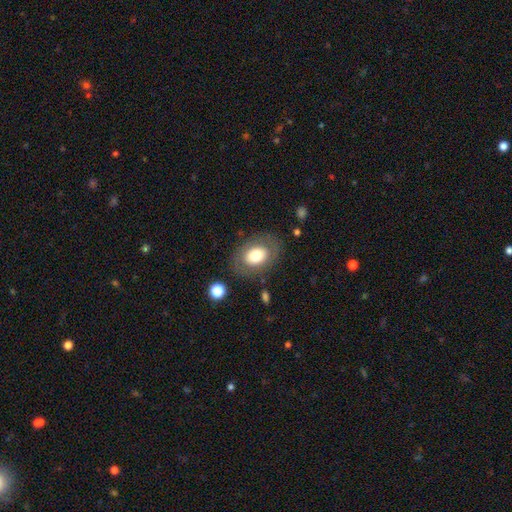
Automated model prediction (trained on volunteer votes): smooth_or_featured: smooth (p=0.70) [alt: featured or disk p=0.23]
how_rounded: in between (p=0.74) [alt: round p=0.25]
merging: none (p=0.80) [alt: minor disturbance p=0.12]